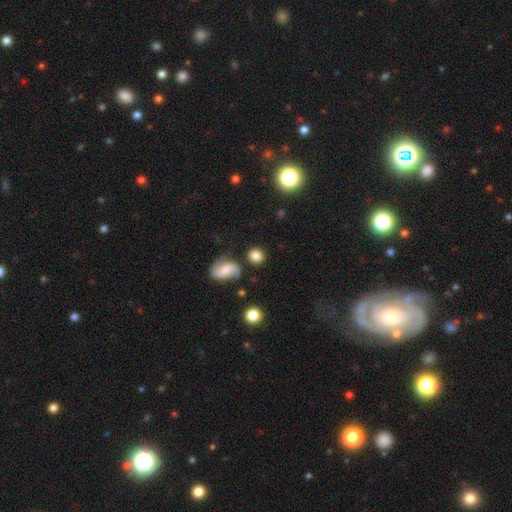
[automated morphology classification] Q: Smooth or featured?
A: smooth (77%); runner-up: featured or disk (13%)
Q: How rounded?
A: round (82%); runner-up: in between (17%)
Q: Merging?
A: none (74%); runner-up: minor disturbance (13%)